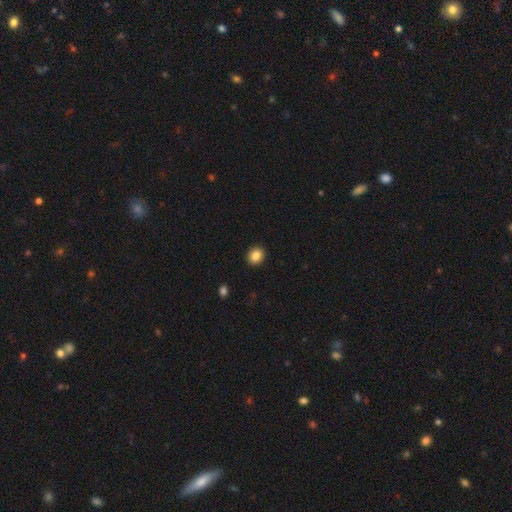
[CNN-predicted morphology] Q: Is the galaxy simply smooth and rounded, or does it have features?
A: smooth — 85%.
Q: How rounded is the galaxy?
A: round — 76%.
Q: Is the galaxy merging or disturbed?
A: none — 92%.